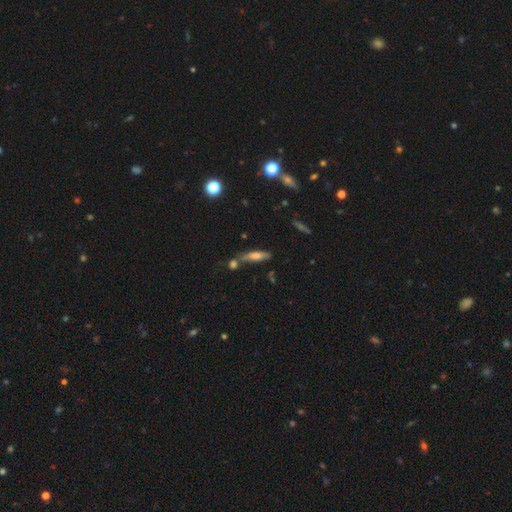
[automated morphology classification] This appears to be a smooth galaxy with no disk features (50%). Merging: none (62%).